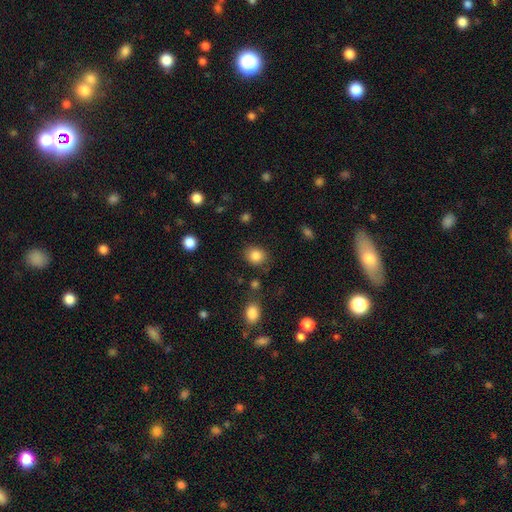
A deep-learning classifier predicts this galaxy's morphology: A smooth galaxy with no disk features (85%) that is round (66%).

Vote fractions:
- Smooth or featured? smooth: 85% / star or artifact: 10% / featured or disk: 5%
- How rounded? round: 66% / in between: 33% / cigar-shaped: 1%
- Merging? none: 81% / minor disturbance: 12% / major disturbance: 4% / merger: 4%